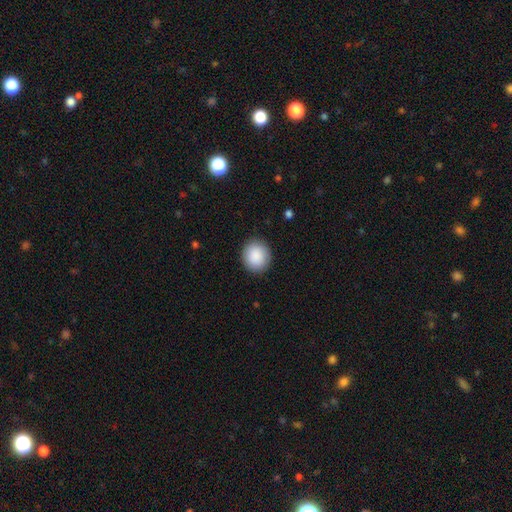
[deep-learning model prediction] A smooth galaxy with no disk features (89%) that is round (85%). Merging: none (91%).